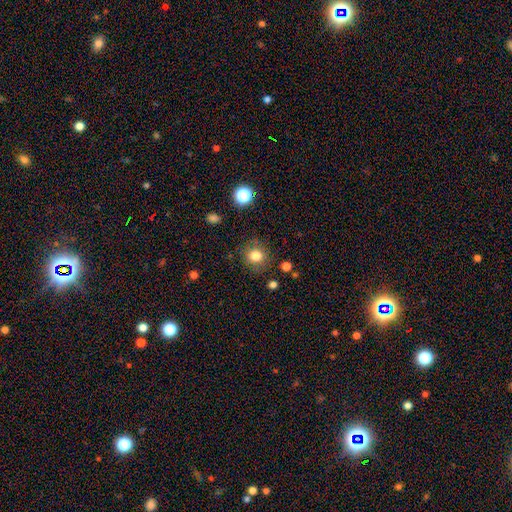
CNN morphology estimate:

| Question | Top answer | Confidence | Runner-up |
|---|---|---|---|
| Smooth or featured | smooth | 81% | star or artifact (12%) |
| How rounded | round | 87% | in between (12%) |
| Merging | none | 84% | minor disturbance (10%) |